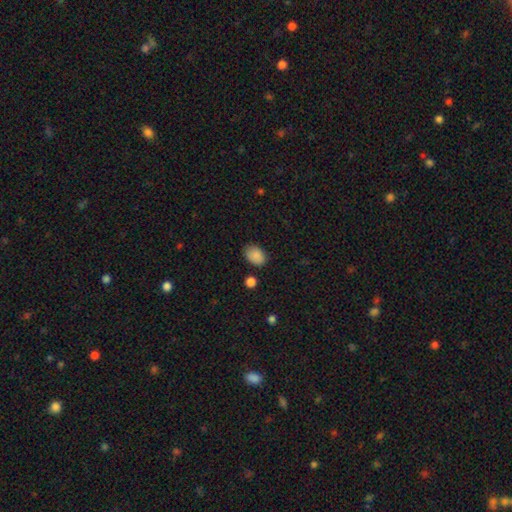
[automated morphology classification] Smooth or featured?
  - smooth: 88% *
  - star or artifact: 8%
  - featured or disk: 4%
How rounded?
  - in between: 82% *
  - round: 17%
  - cigar-shaped: 1%
Merging?
  - none: 81% *
  - minor disturbance: 13%
  - major disturbance: 3%
  - merger: 3%